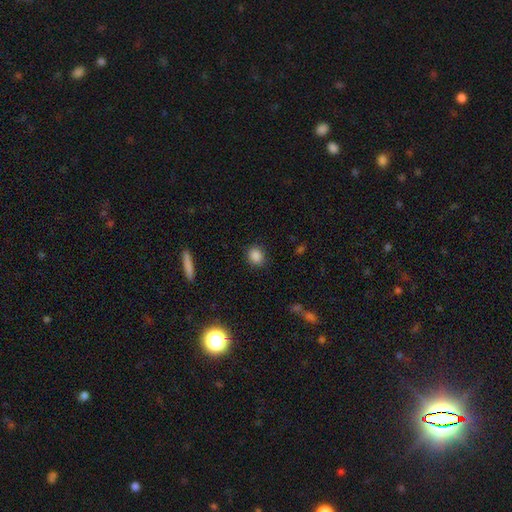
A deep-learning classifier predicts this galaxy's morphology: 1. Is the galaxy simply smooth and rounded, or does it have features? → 86% smooth, 10% star or artifact, 4% featured or disk.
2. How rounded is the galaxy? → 67% round, 31% in between, 2% cigar-shaped.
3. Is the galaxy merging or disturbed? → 88% none, 8% minor disturbance, 3% major disturbance, 1% merger.